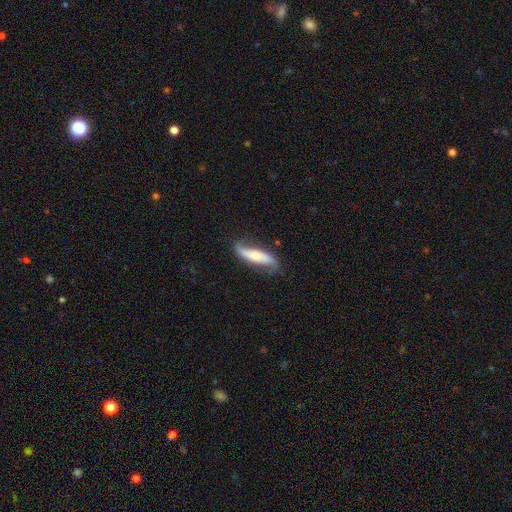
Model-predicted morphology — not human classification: smooth-or-featured: featured or disk: 60% | smooth: 34% | star or artifact: 6%
  disk-edge-on: no: 66% | yes: 34%
  merging: none: 69% | minor disturbance: 22% | major disturbance: 6% | merger: 2%